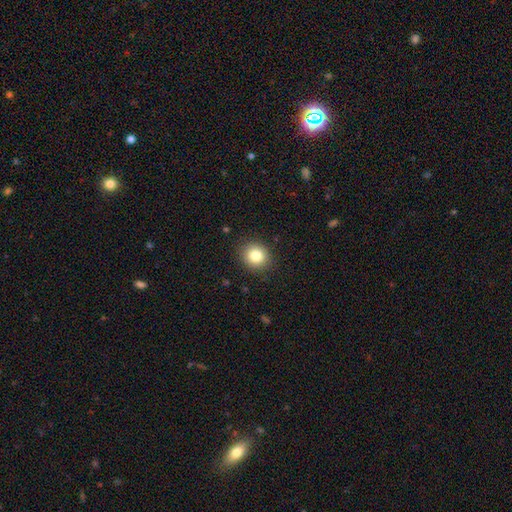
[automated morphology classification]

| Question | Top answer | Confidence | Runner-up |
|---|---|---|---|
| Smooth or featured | smooth | 83% | star or artifact (10%) |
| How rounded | round | 79% | in between (20%) |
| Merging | none | 89% | minor disturbance (8%) |